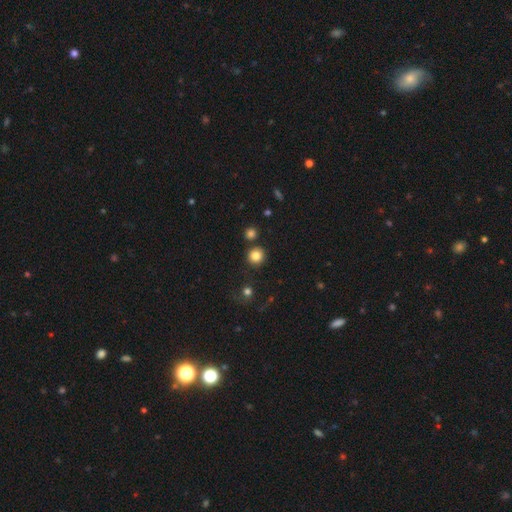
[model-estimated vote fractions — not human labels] Smooth or featured? Predicted: smooth (p=0.83). How rounded? Predicted: round (p=0.92). Merging? Predicted: none (p=0.85).